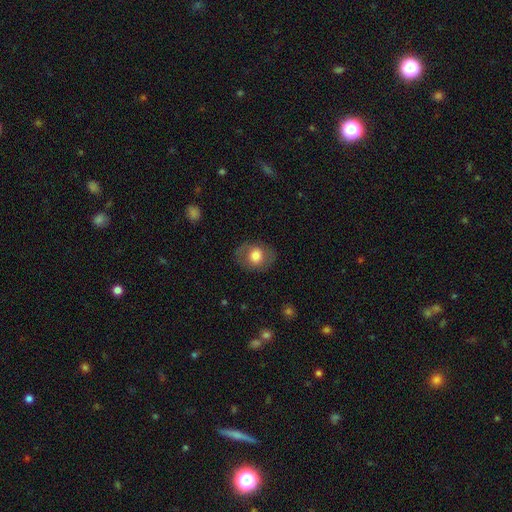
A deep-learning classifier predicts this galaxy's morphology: type=smooth (66%); roundness=round (51%); merging=none (80%).